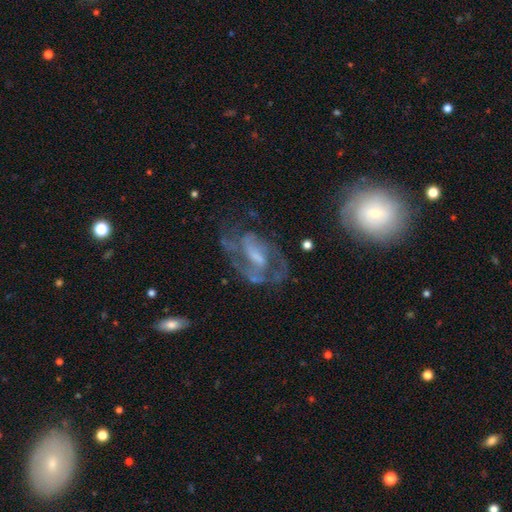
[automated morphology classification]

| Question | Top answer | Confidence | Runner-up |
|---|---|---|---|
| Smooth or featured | featured or disk | 81% | smooth (10%) |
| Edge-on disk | no | 96% | yes (4%) |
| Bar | weak | 47% | no (30%) |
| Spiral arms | yes | 86% | no (14%) |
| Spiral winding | medium | 49% | tight (31%) |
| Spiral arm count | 2 | 55% | can't tell (22%) |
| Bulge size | small | 36% | moderate (30%) |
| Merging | none | 52% | major disturbance (24%) |